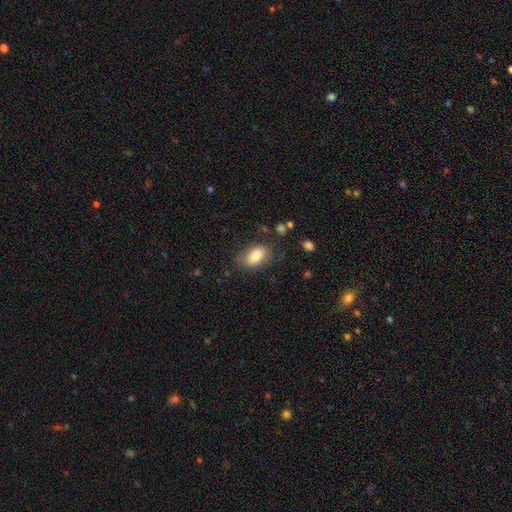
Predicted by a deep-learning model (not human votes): A smooth galaxy with no disk features (81%) that is in between round and cigar-shaped (91%).

Vote fractions:
- Smooth or featured? smooth: 81% / featured or disk: 12% / star or artifact: 7%
- How rounded? in between: 91% / round: 6% / cigar-shaped: 3%
- Merging? none: 74% / minor disturbance: 18% / major disturbance: 6% / merger: 2%